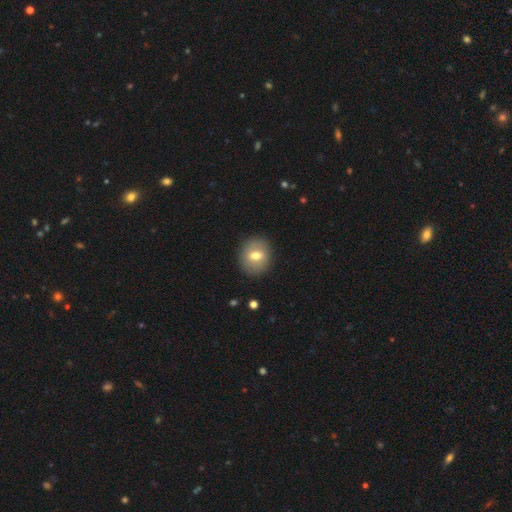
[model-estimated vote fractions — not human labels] A smooth galaxy with no disk features (67%) that is round (69%). Merging: none (88%).